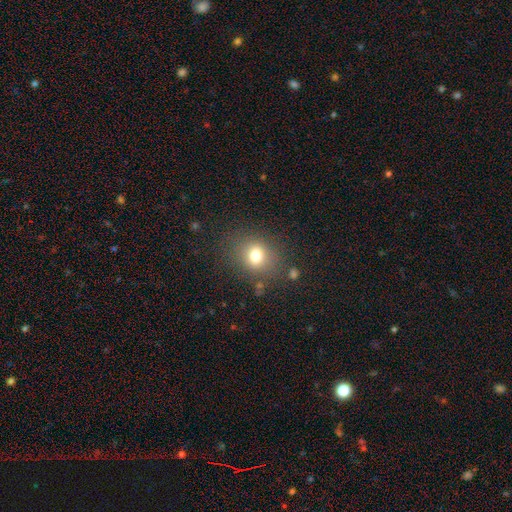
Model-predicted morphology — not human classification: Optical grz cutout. It shows a smooth galaxy with no disk features (76%) that is round (64%). Merging: none (79%).